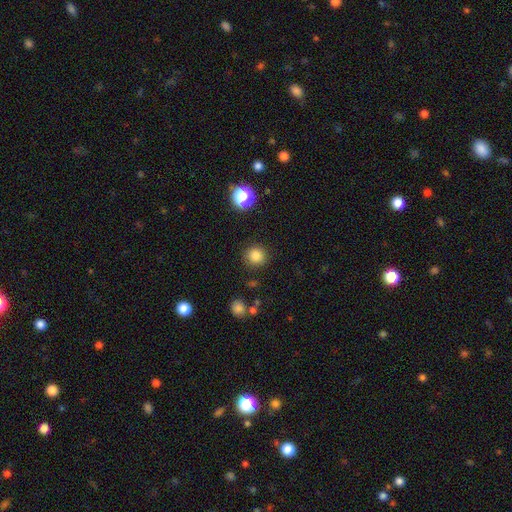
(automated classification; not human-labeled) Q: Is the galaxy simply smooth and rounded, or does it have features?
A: smooth — 83%.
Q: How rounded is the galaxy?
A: round — 93%.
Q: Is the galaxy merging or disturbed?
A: none — 89%.